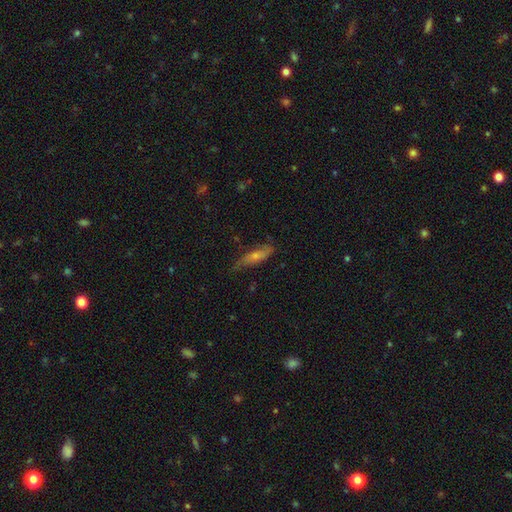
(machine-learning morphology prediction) Smooth or featured?
  - featured or disk: 47% *
  - smooth: 44%
  - star or artifact: 9%
Merging?
  - none: 66% *
  - minor disturbance: 26%
  - major disturbance: 6%
  - merger: 2%